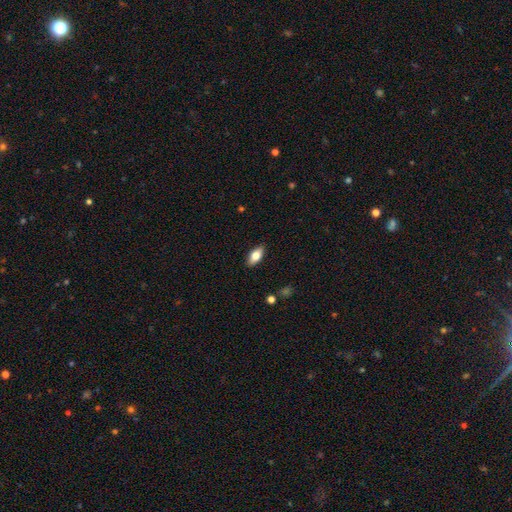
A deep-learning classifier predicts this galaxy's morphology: This appears to be a smooth galaxy with no disk features (75%) that is in between round and cigar-shaped (85%). Merging: none (89%).